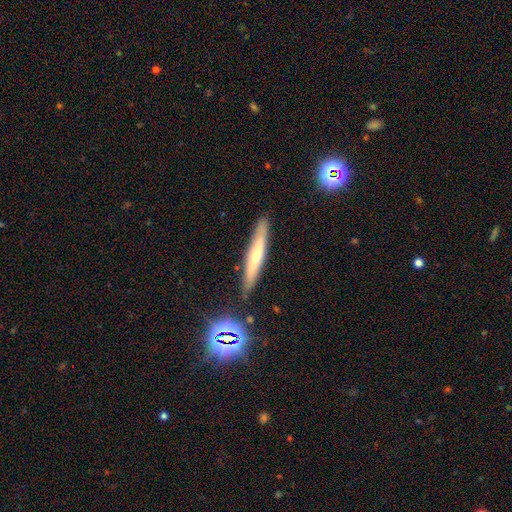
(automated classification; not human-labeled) The model was most divided on "smooth or featured": smooth: 47%, featured or disk: 44%, star or artifact: 8%. More confident: merging — none (87%).